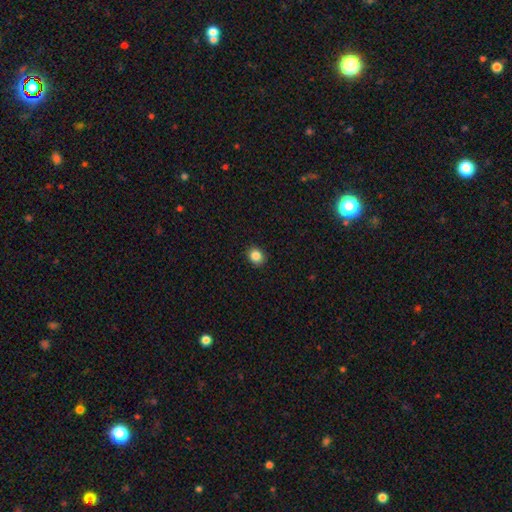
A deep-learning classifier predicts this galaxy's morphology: Smooth or featured? smooth (86%)
How rounded? round (73%)
Merging? none (91%)